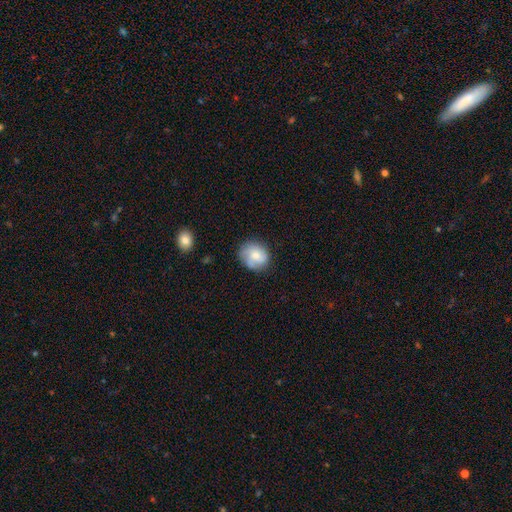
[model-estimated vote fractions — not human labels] Smooth or featured? smooth (60%)
How rounded? round (75%)
Merging? none (70%)